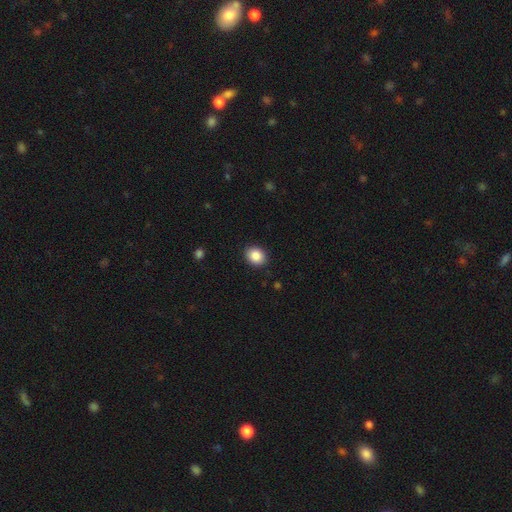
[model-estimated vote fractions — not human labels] Overall: smooth (87%). How rounded: round (54%; in between 45%). Merging: none (89%).